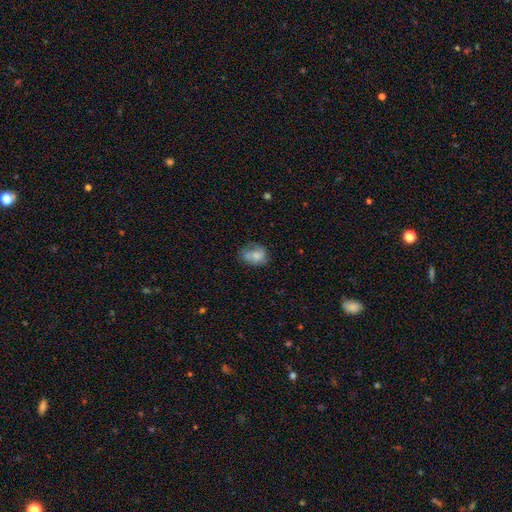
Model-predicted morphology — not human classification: This appears to be a smooth galaxy with no disk features (69%) that is in between round and cigar-shaped (64%). Merging: none (50%).